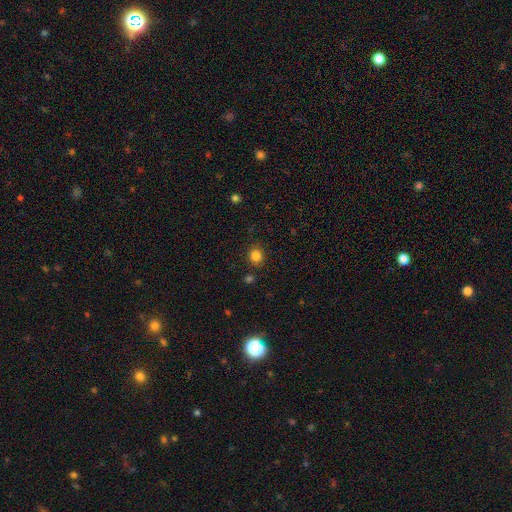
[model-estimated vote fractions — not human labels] Q: Smooth or featured?
A: smooth (83%); runner-up: star or artifact (12%)
Q: How rounded?
A: round (77%); runner-up: in between (22%)
Q: Merging?
A: none (84%); runner-up: minor disturbance (10%)